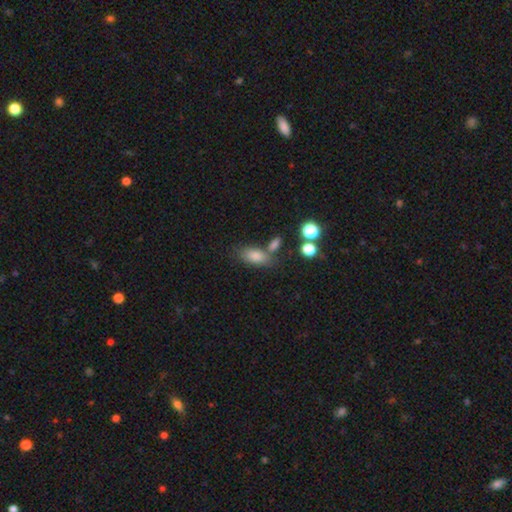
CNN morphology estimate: smooth-or-featured: smooth: 79% | star or artifact: 11% | featured or disk: 10%
  how-rounded: in between: 83% | cigar-shaped: 9% | round: 7%
  merging: none: 59% | merger: 21% | minor disturbance: 14% | major disturbance: 6%